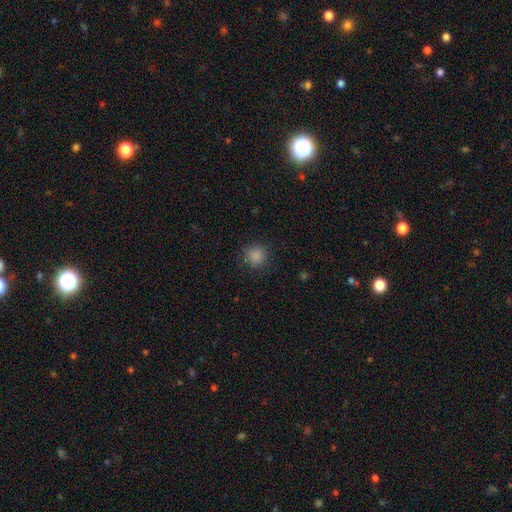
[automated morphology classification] smooth_or_featured: smooth (p=0.85) [alt: star or artifact p=0.12]
how_rounded: round (p=0.93) [alt: in between p=0.06]
merging: none (p=0.88) [alt: minor disturbance p=0.08]